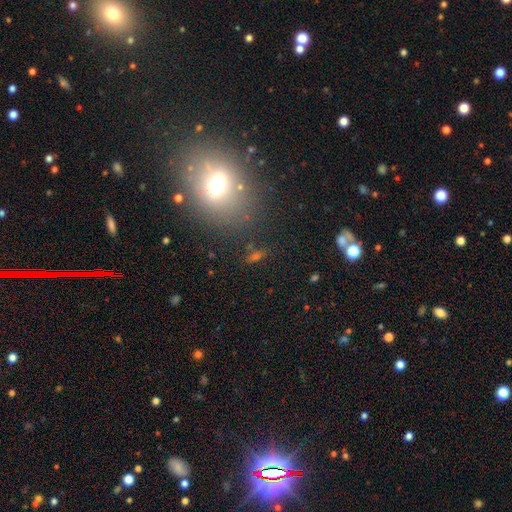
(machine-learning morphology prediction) smooth-or-featured: smooth: 47% | star or artifact: 32% | featured or disk: 21%
  merging: none: 72% | minor disturbance: 13% | major disturbance: 8% | merger: 7%